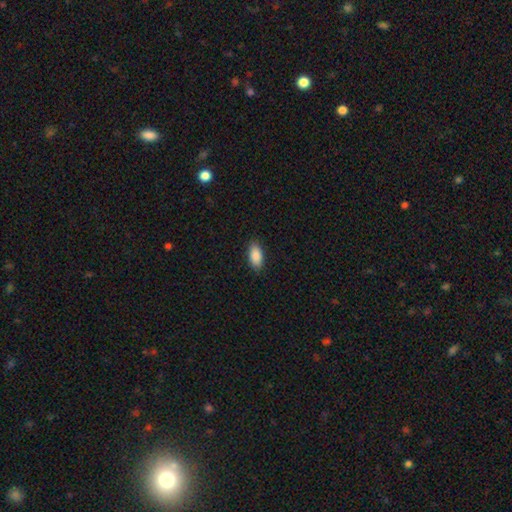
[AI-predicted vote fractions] smooth_or_featured: smooth (p=0.90) [alt: star or artifact p=0.06]
how_rounded: in between (p=0.92) [alt: cigar-shaped p=0.06]
merging: none (p=0.88) [alt: minor disturbance p=0.09]